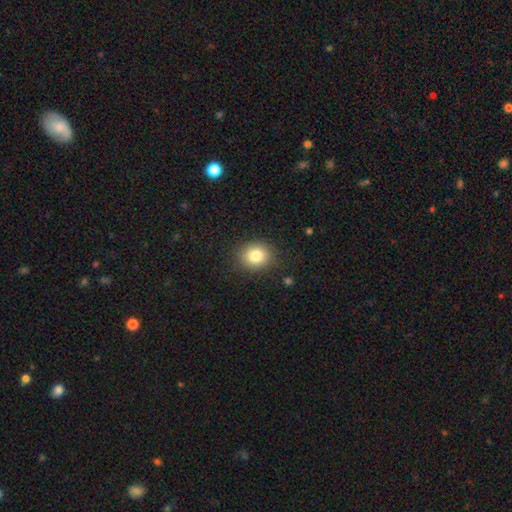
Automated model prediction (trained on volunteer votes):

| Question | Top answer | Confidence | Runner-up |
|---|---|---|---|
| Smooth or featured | smooth | 83% | star or artifact (10%) |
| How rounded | round | 67% | in between (32%) |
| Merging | none | 86% | minor disturbance (10%) |